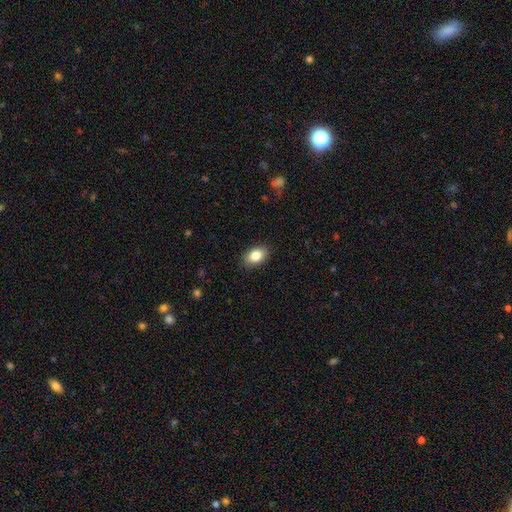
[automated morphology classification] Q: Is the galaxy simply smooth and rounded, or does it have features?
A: smooth — 84%.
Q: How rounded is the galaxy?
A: in between — 85%.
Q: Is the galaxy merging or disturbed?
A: none — 86%.